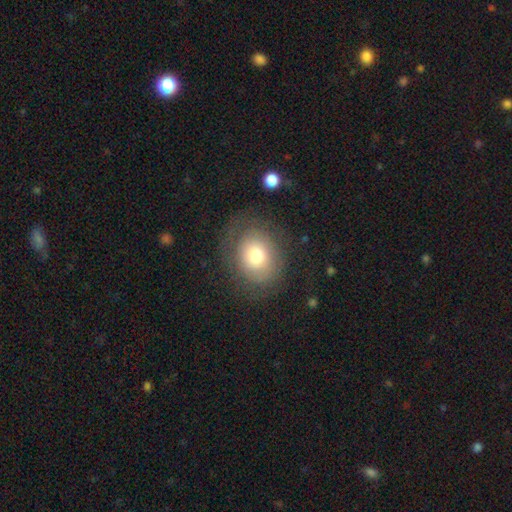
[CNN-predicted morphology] This appears to be a smooth galaxy with no disk features (66%) that is round (64%). Merging: none (71%).